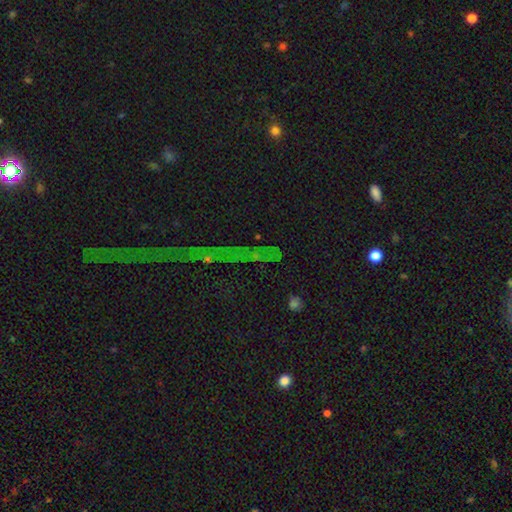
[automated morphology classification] This is likely a star or artifact rather than a galaxy (79%).